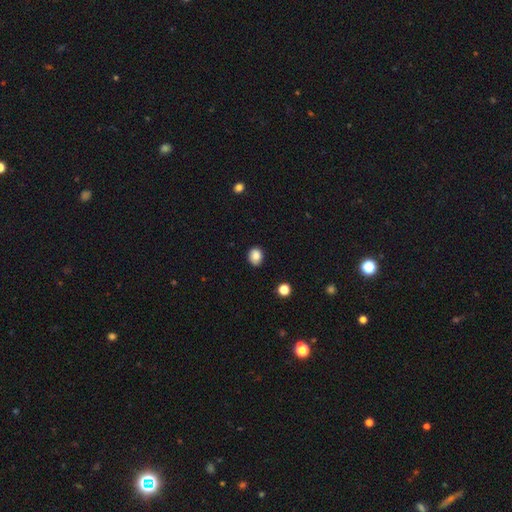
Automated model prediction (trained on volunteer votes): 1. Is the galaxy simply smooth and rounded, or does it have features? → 85% smooth, 10% star or artifact, 5% featured or disk.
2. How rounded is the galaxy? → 61% round, 38% in between, 1% cigar-shaped.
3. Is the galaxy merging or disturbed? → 87% none, 9% minor disturbance, 2% major disturbance, 1% merger.